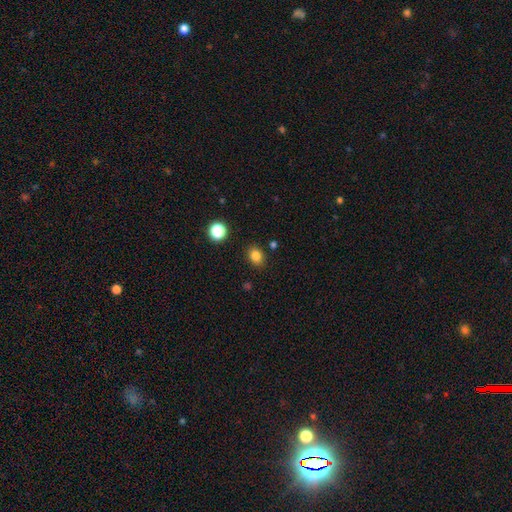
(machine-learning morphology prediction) smooth-or-featured: smooth: 82% | star or artifact: 13% | featured or disk: 5%
  how-rounded: in between: 53% | round: 46% | cigar-shaped: 1%
  merging: none: 86% | minor disturbance: 9% | major disturbance: 3% | merger: 2%